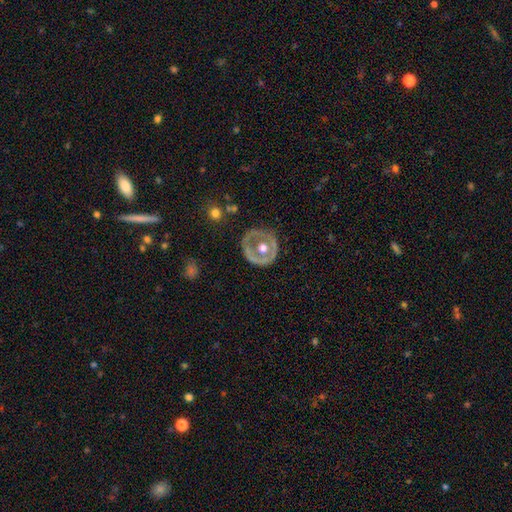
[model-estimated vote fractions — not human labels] This is likely a featured or disk galaxy (63%). It is clearly not viewed edge-on (92%). Bar: clearly no (87%). Spiral arm pattern: clearly no (91%). Central bulge: likely moderate (77%). Merging: likely none (78%).